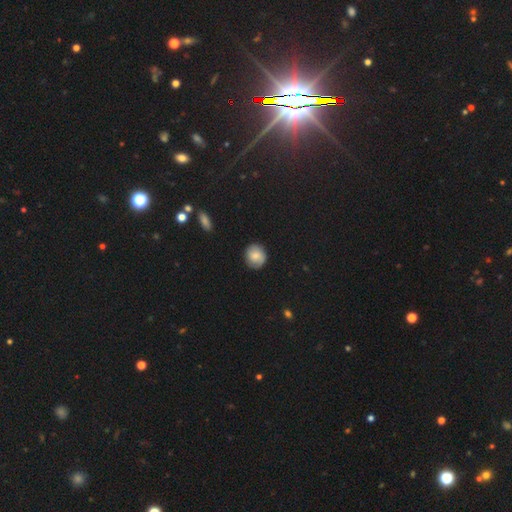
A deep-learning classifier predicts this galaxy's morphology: A smooth galaxy with no disk features (73%) that is round (80%).

Vote fractions:
- Smooth or featured? smooth: 73% / featured or disk: 18% / star or artifact: 8%
- How rounded? round: 80% / in between: 19% / cigar-shaped: 1%
- Merging? none: 82% / minor disturbance: 14% / major disturbance: 3% / merger: 1%